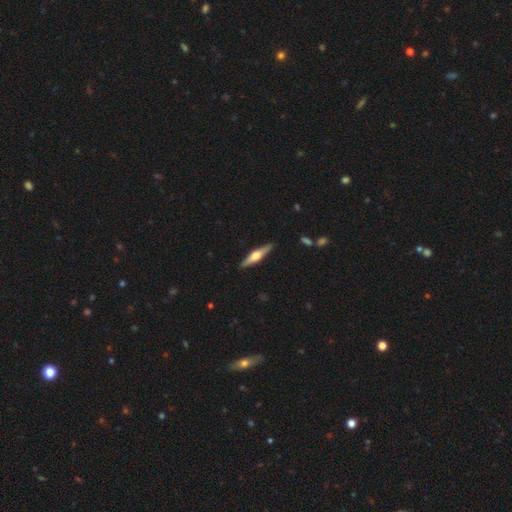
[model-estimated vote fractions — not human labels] Overall: featured or disk (66%; smooth 29%). Edge-on disk: yes (97%). Edge-on bulge: rounded (94%). Merging: none (91%).